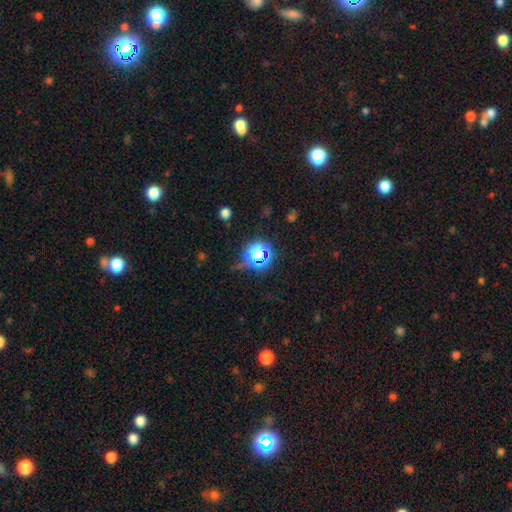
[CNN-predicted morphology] smooth-or-featured: star or artifact: 73% | smooth: 20% | featured or disk: 8%